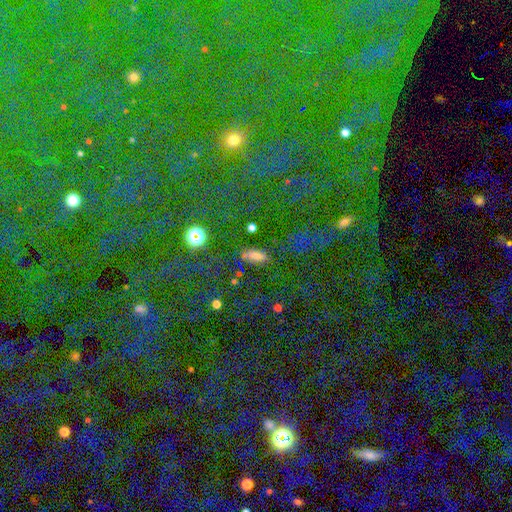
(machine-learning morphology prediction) This is possibly a smooth galaxy (53%). How rounded: likely in between (63%). Merging: likely none (75%).